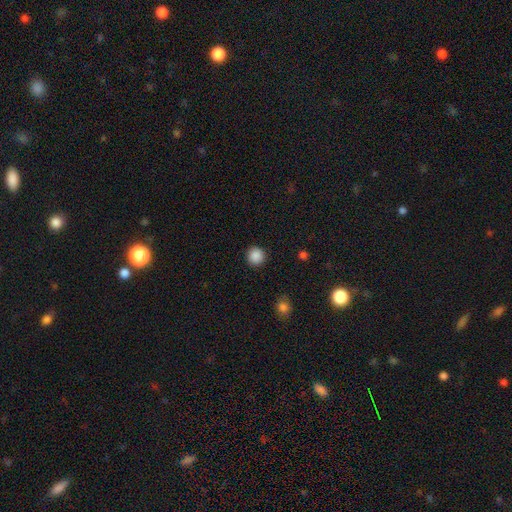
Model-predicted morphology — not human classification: A smooth galaxy with no disk features (88%) that is round (94%).

Vote fractions:
- Smooth or featured? smooth: 88% / star or artifact: 10% / featured or disk: 2%
- How rounded? round: 94% / in between: 5% / cigar-shaped: 1%
- Merging? none: 92% / minor disturbance: 5% / major disturbance: 2% / merger: 1%